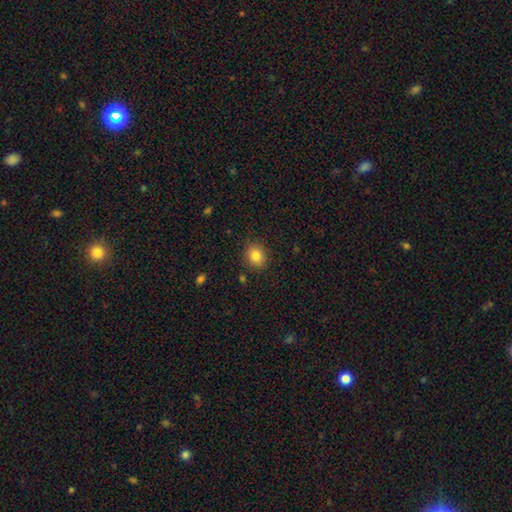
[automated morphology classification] A smooth galaxy with no disk features (83%) that is round (70%). Merging: none (87%).